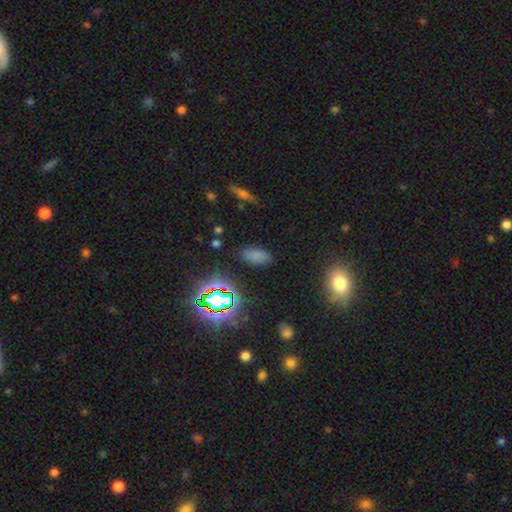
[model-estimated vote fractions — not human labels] A smooth galaxy with no disk features (69%) that is in between round and cigar-shaped (90%).

Vote fractions:
- Smooth or featured? smooth: 69% / star or artifact: 24% / featured or disk: 7%
- How rounded? in between: 90% / cigar-shaped: 5% / round: 4%
- Merging? none: 83% / minor disturbance: 11% / major disturbance: 4% / merger: 2%